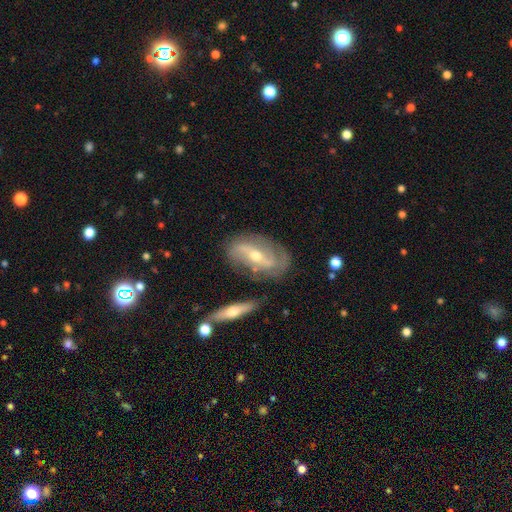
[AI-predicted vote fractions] Q: Smooth or featured?
A: featured or disk (80%); runner-up: smooth (14%)
Q: Edge-on disk?
A: no (88%); runner-up: yes (12%)
Q: Bar?
A: strong (42%); runner-up: weak (33%)
Q: Spiral arms?
A: yes (87%); runner-up: no (13%)
Q: Spiral winding?
A: medium (37%); runner-up: loose (33%)
Q: Spiral arm count?
A: 2 (72%); runner-up: can't tell (16%)
Q: Bulge size?
A: moderate (53%); runner-up: small (44%)
Q: Merging?
A: none (71%); runner-up: minor disturbance (17%)